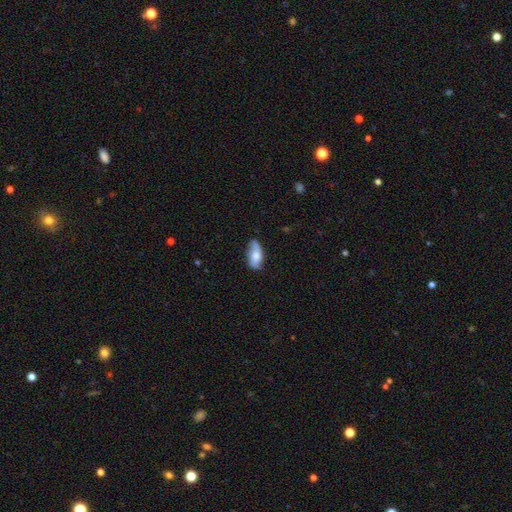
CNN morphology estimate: Smooth or featured? Predicted: smooth (p=0.64). How rounded? Predicted: in between (p=0.87). Merging? Predicted: none (p=0.68).